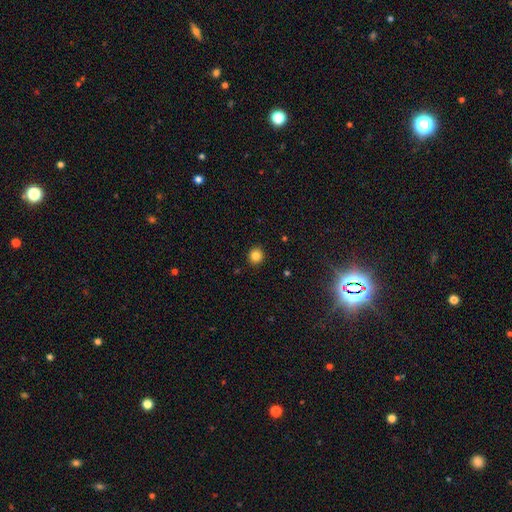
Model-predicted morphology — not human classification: smooth 84%, star or artifact 12%, featured or disk 5%. Down the decision tree: how rounded — round (88%); merging — none (92%).